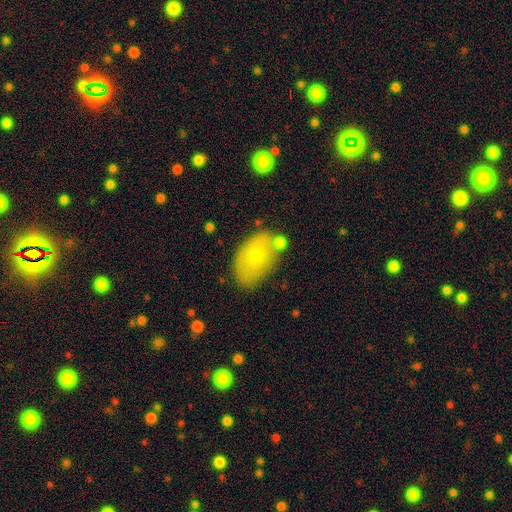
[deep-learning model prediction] The model was most divided on "smooth or featured": smooth: 69%, featured or disk: 24%, star or artifact: 8%. More confident: how rounded — in between (90%); merging — none (68%).